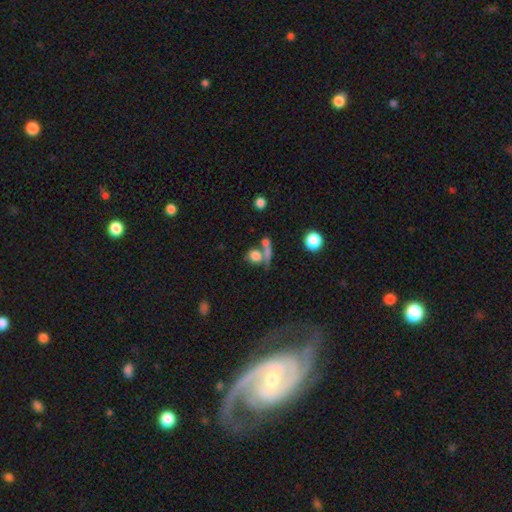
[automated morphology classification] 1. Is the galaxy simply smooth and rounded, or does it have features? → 76% smooth, 12% featured or disk, 12% star or artifact.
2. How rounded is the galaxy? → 65% round, 30% in between, 6% cigar-shaped.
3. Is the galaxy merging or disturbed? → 42% none, 41% merger, 9% minor disturbance, 8% major disturbance.